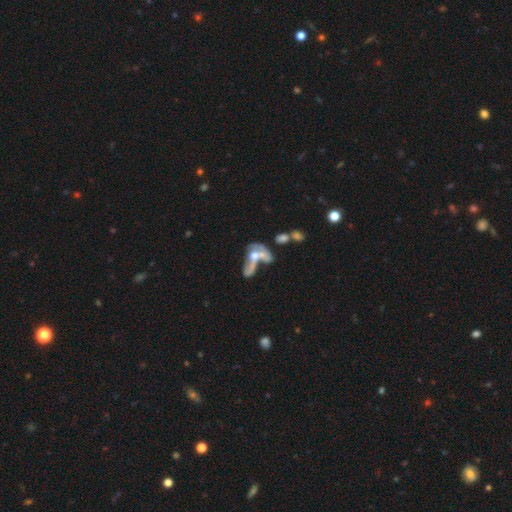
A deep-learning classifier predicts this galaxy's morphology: smooth-or-featured: featured or disk: 57% | smooth: 30% | star or artifact: 13%
  disk-edge-on: no: 92% | yes: 8%
    bar: no: 79% | weak: 16% | strong: 6%
    has-spiral-arms: no: 72% | yes: 28%
    bulge-size: moderate: 47% | small: 22% | none: 21% | large: 8% | dominant: 2%
  merging: merger: 55% | major disturbance: 24% | none: 13% | minor disturbance: 8%